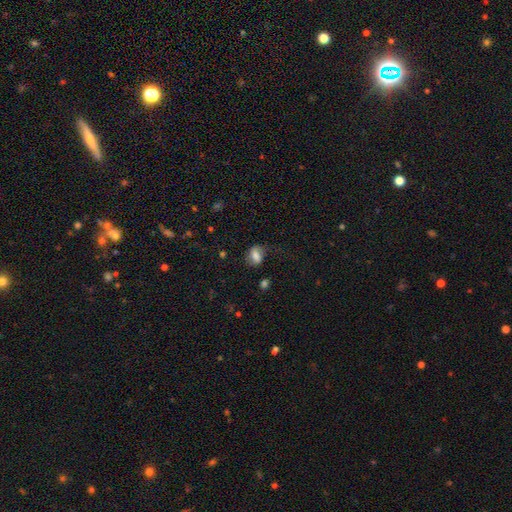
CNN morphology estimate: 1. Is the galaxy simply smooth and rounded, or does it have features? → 74% smooth, 16% featured or disk, 10% star or artifact.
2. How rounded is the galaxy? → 68% in between, 30% round, 2% cigar-shaped.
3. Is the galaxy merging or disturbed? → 57% none, 26% minor disturbance, 15% major disturbance, 3% merger.